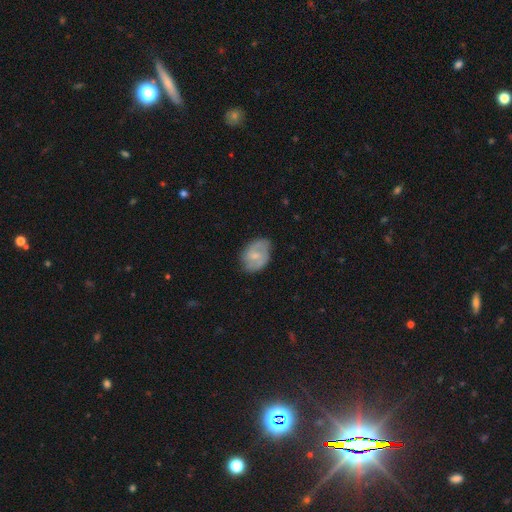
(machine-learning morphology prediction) Smooth or featured? Predicted: featured or disk (p=0.53). Edge-on disk? Predicted: no (p=0.97). Bar? Predicted: weak (p=0.51). Spiral arms? Predicted: yes (p=0.74). Bulge size? Predicted: small (p=0.46). Merging? Predicted: none (p=0.68).